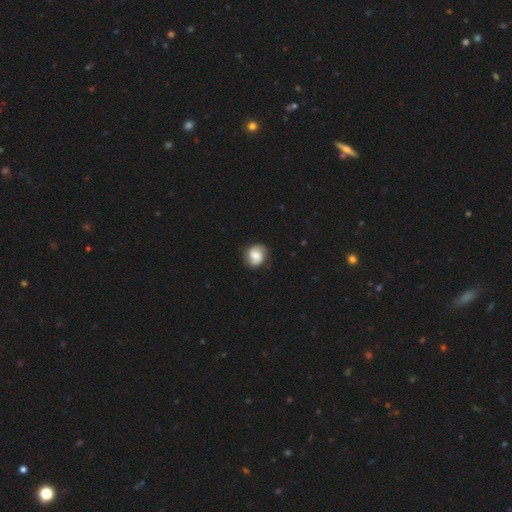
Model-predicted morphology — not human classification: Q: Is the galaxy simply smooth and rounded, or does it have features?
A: featured or disk — 47%.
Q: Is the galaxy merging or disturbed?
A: none — 80%.